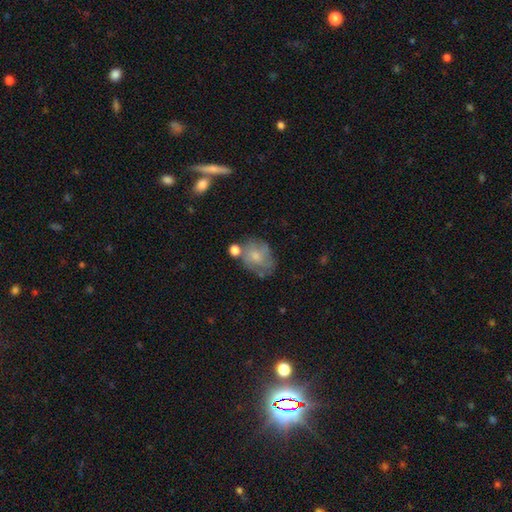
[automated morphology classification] Smooth or featured?
  - smooth: 53% *
  - featured or disk: 38%
  - star or artifact: 10%
How rounded?
  - in between: 55% *
  - round: 44%
  - cigar-shaped: 1%
Merging?
  - none: 49% *
  - minor disturbance: 25%
  - merger: 14%
  - major disturbance: 13%